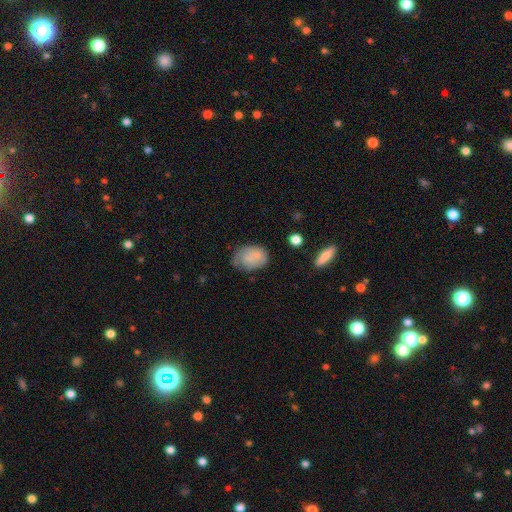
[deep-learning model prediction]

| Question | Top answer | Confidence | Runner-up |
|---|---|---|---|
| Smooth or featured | smooth | 77% | featured or disk (16%) |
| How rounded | in between | 76% | round (22%) |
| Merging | none | 51% | minor disturbance (34%) |